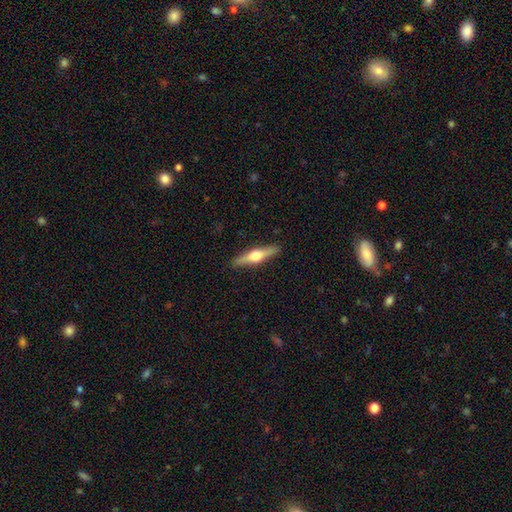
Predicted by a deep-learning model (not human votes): The model was most divided on "smooth or featured": featured or disk: 60%, smooth: 34%, star or artifact: 5%. More confident: edge-on disk — yes (96%); edge-on bulge — rounded (95%); merging — none (90%).